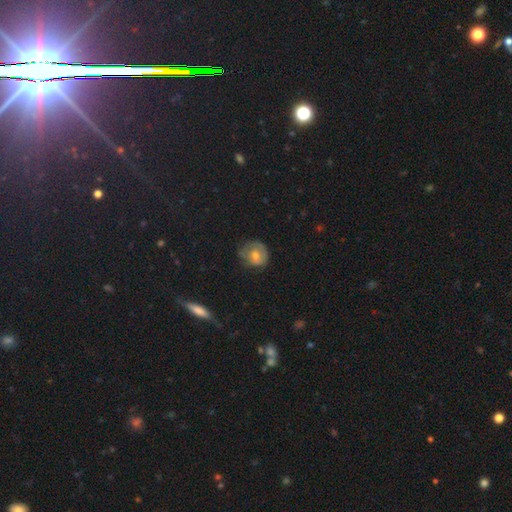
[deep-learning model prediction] Smooth or featured? smooth (57%)
How rounded? round (74%)
Merging? none (56%)